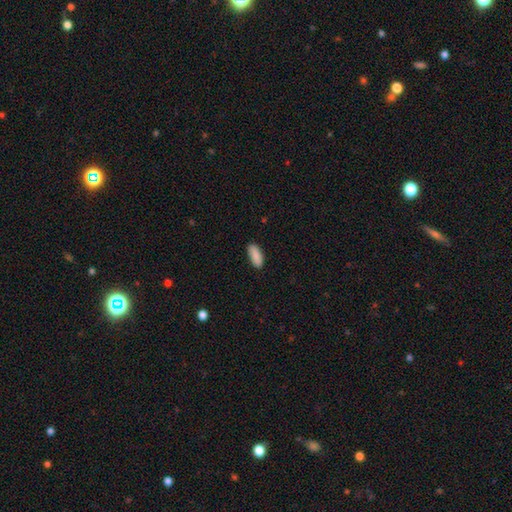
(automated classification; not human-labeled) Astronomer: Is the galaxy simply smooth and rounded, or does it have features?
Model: smooth — 87%.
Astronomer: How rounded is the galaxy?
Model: in between — 84%.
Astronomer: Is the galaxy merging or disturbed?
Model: none — 87%.